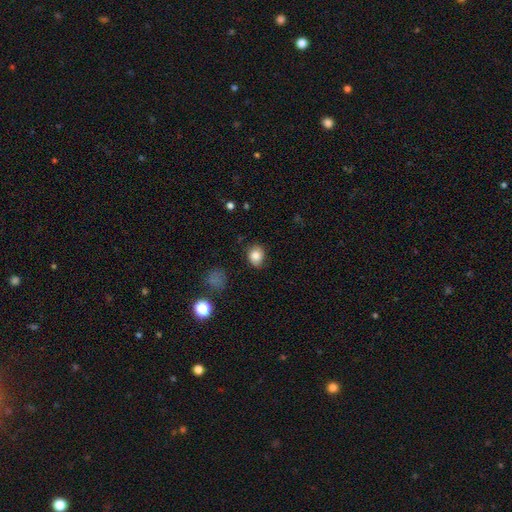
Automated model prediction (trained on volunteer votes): smooth_or_featured: smooth (p=0.84) [alt: star or artifact p=0.09]
how_rounded: round (p=0.54) [alt: in between p=0.45]
merging: none (p=0.74) [alt: minor disturbance p=0.20]